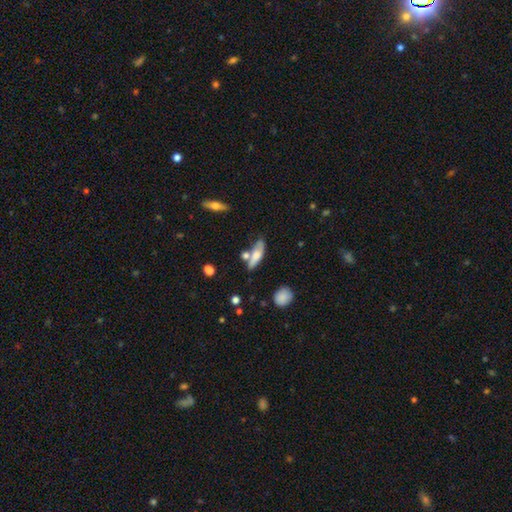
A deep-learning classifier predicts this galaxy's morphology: Q: Smooth or featured?
A: smooth (57%); runner-up: featured or disk (35%)
Q: How rounded?
A: cigar-shaped (51%); runner-up: in between (46%)
Q: Merging?
A: none (55%); runner-up: merger (21%)